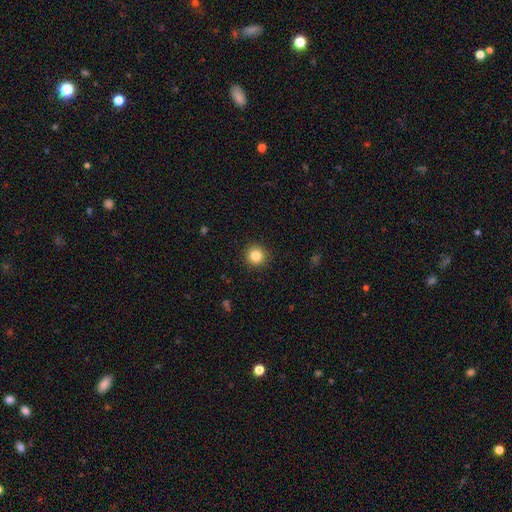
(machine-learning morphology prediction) This appears to be a smooth galaxy with no disk features (83%) that is round (95%). Merging: none (92%).